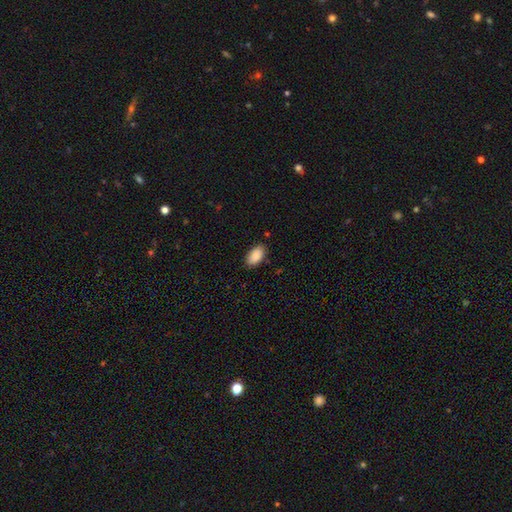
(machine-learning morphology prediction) Smooth or featured? smooth (88%)
How rounded? in between (95%)
Merging? none (85%)